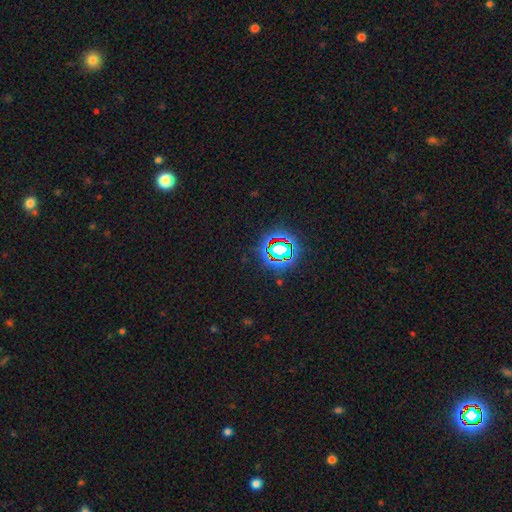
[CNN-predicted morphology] Smooth or featured? star or artifact (77%)